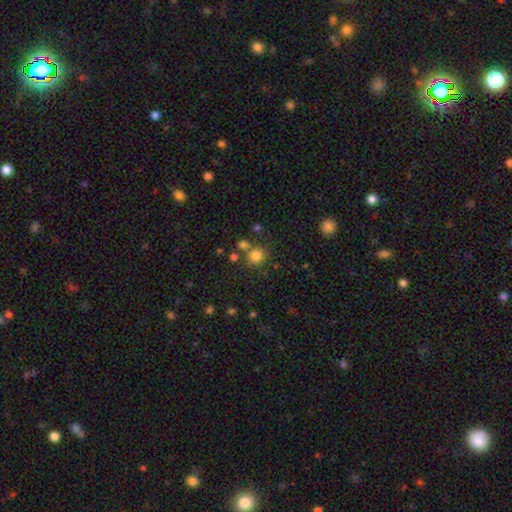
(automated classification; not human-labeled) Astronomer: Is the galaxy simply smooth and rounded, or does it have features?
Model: smooth — 79%.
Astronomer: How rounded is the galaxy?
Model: round — 86%.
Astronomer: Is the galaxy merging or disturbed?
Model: none — 70%.